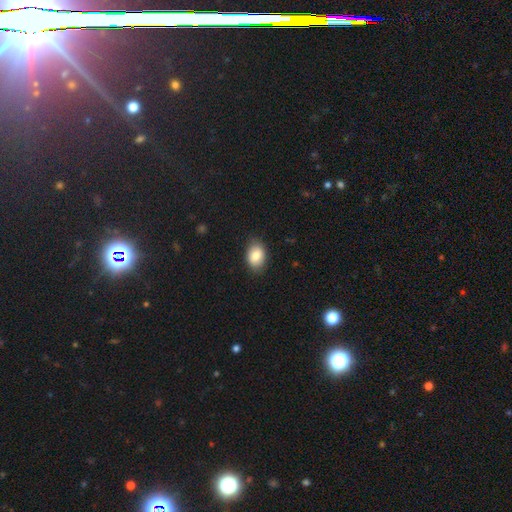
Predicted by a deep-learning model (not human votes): A smooth galaxy with no disk features (83%) that is in between round and cigar-shaped (80%).

Vote fractions:
- Smooth or featured? smooth: 83% / featured or disk: 10% / star or artifact: 7%
- How rounded? in between: 80% / round: 19% / cigar-shaped: 1%
- Merging? none: 82% / minor disturbance: 14% / major disturbance: 3% / merger: 1%